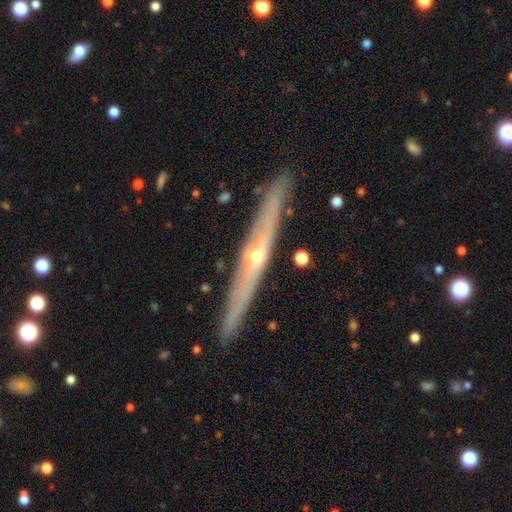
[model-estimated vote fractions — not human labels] A featured or disk galaxy (72%) viewed edge-on (90%) with a rounded central bulge (77%).

Vote fractions:
- Smooth or featured? featured or disk: 72% / smooth: 22% / star or artifact: 6%
- Edge-on disk? yes: 90% / no: 10%
- Edge-on bulge? rounded: 77% / none: 21% / boxy: 2%
- Merging? none: 86% / minor disturbance: 10% / major disturbance: 2% / merger: 2%